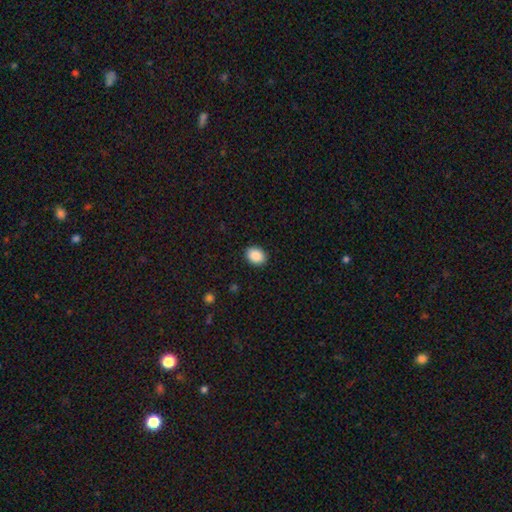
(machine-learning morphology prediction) smooth-or-featured: smooth: 89% | star or artifact: 8% | featured or disk: 3%
  how-rounded: in between: 61% | round: 38% | cigar-shaped: 1%
  merging: none: 90% | minor disturbance: 7% | major disturbance: 2% | merger: 1%